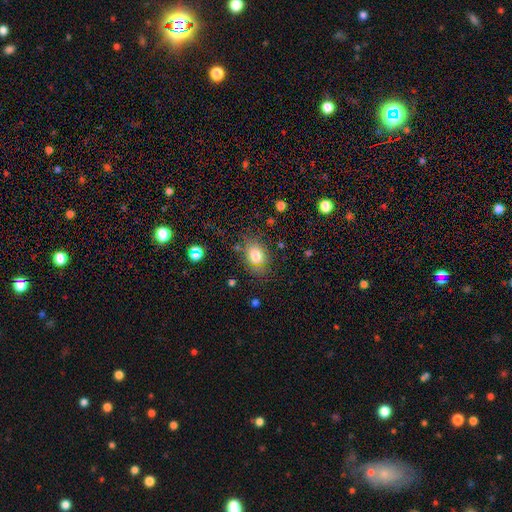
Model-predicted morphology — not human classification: smooth 76%, featured or disk 12%, star or artifact 12%. Down the decision tree: how rounded — in between (64%); merging — none (75%).